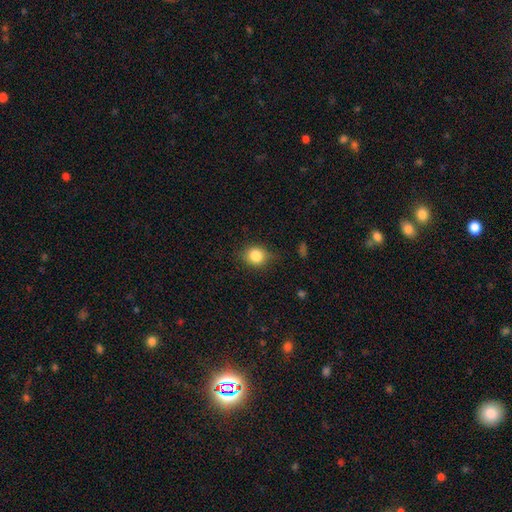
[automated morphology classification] smooth 83%, star or artifact 10%, featured or disk 7%. Down the decision tree: how rounded — round (69%); merging — none (78%).